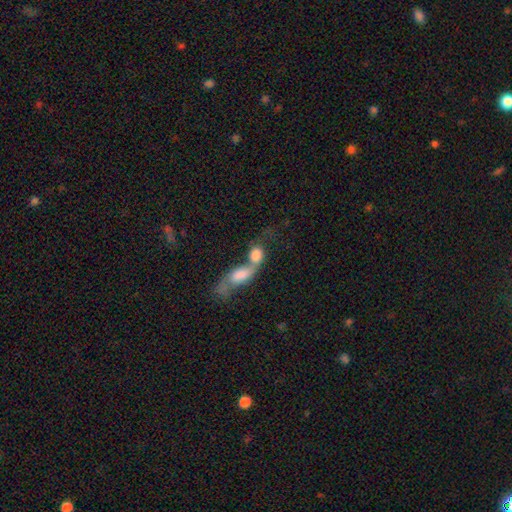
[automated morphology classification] Smooth or featured? Predicted: smooth (p=0.67). How rounded? Predicted: in between (p=0.61). Merging? Predicted: merger (p=0.79).